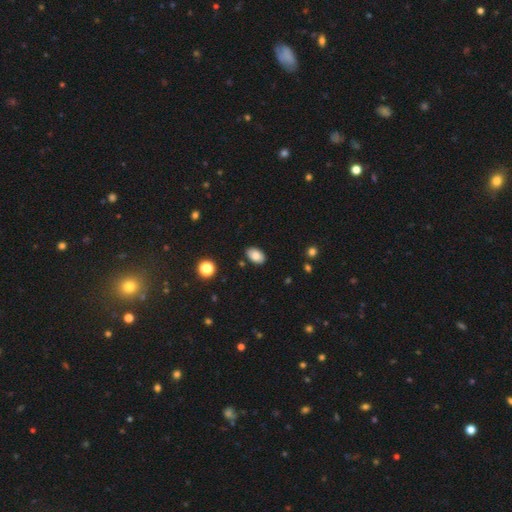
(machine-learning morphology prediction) Q: Smooth or featured?
A: smooth (84%); runner-up: star or artifact (8%)
Q: How rounded?
A: in between (91%); runner-up: round (8%)
Q: Merging?
A: none (87%); runner-up: minor disturbance (9%)